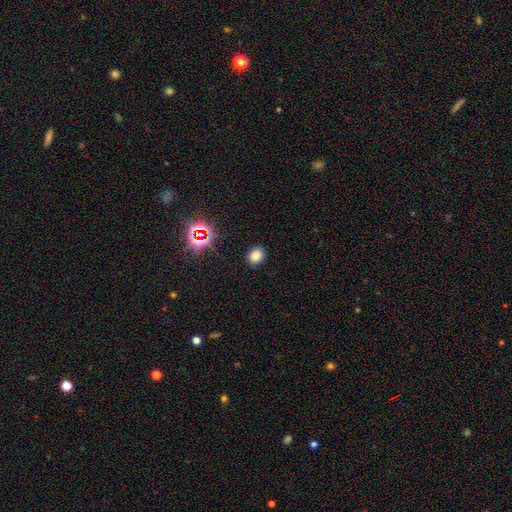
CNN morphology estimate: A smooth galaxy with no disk features (77%) that is in between round and cigar-shaped (51%). Merging: none (89%).